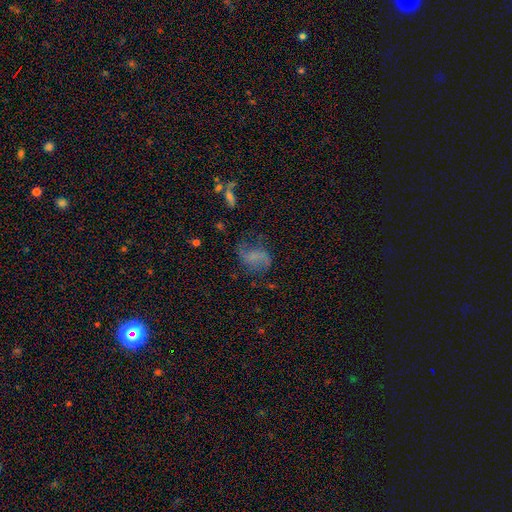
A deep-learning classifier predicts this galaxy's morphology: This is possibly a featured or disk galaxy (48%). Merging: possibly none (49%).